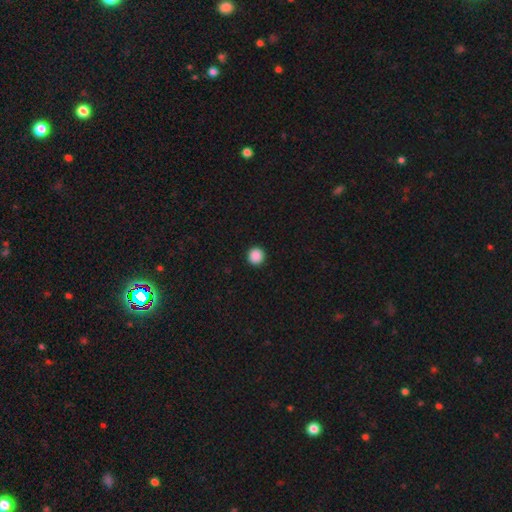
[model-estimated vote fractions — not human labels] Smooth or featured? smooth (89%)
How rounded? round (95%)
Merging? none (93%)